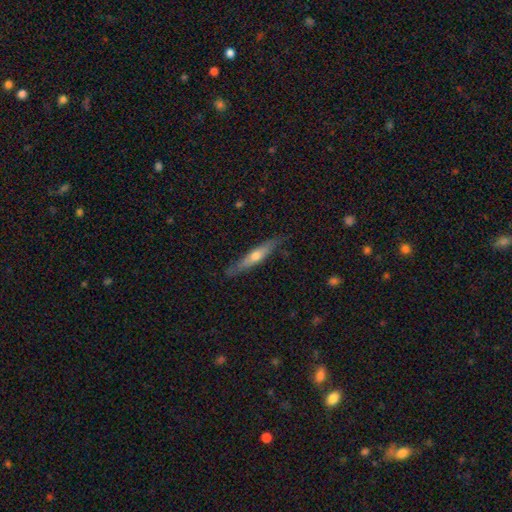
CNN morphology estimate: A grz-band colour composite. It shows a featured or disk galaxy (57%) viewed edge-on (93%) with a rounded central bulge (86%). Merging: none (83%).